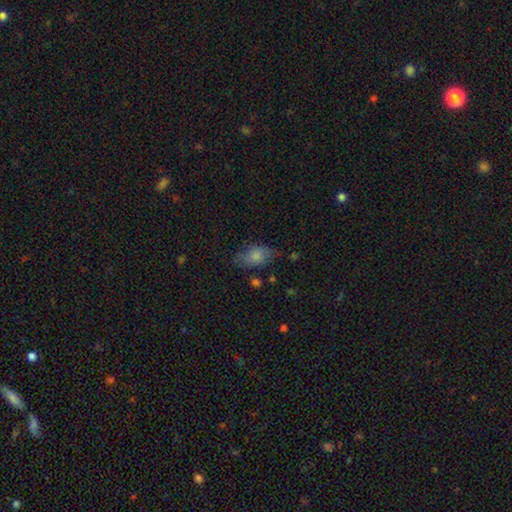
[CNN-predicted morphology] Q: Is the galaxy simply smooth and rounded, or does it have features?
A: smooth — 80%.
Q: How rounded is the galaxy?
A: in between — 87%.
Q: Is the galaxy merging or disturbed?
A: none — 63%.